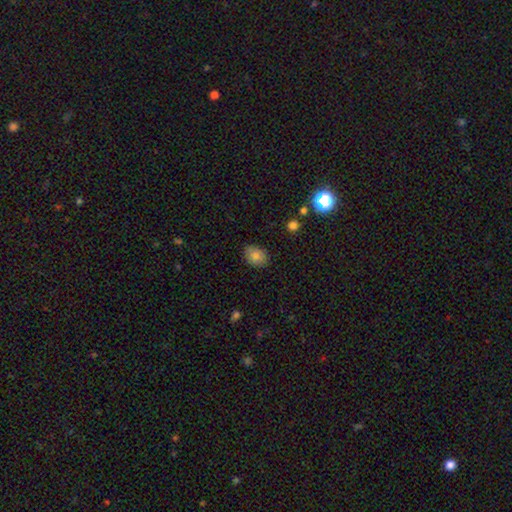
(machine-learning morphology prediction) smooth_or_featured: smooth (p=0.82) [alt: star or artifact p=0.10]
how_rounded: in between (p=0.60) [alt: round p=0.39]
merging: none (p=0.82) [alt: minor disturbance p=0.14]